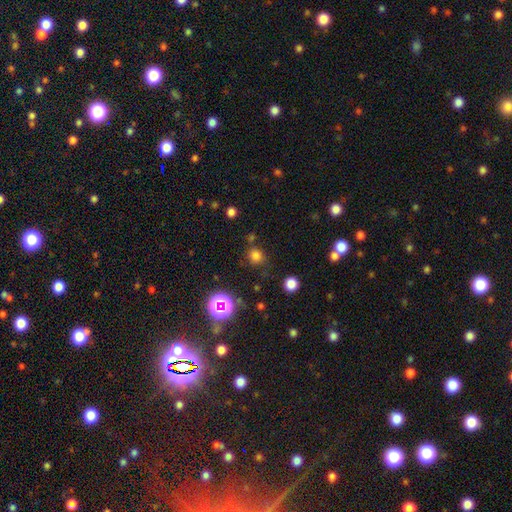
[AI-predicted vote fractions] Smooth or featured: smooth — 70% (star or artifact — 23%)
How rounded: round — 82% (in between — 17%)
Merging: none — 76% (minor disturbance — 13%)